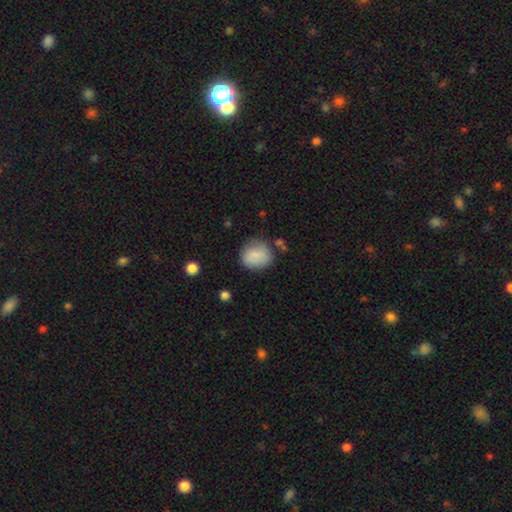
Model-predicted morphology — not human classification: Smooth or featured? smooth (81%)
How rounded? round (70%)
Merging? none (73%)